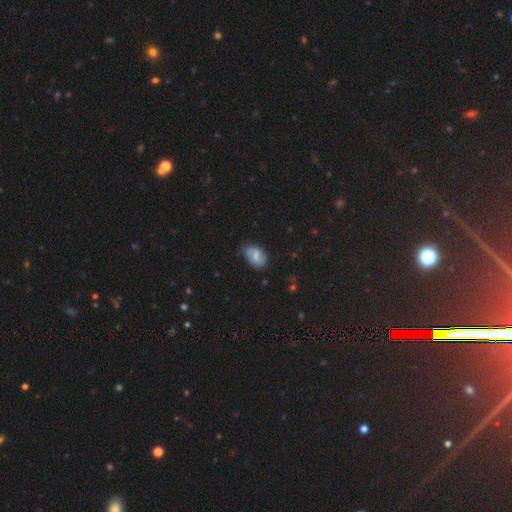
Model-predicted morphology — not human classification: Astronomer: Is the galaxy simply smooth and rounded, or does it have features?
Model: smooth — 54% (runner-up: featured or disk, 37%).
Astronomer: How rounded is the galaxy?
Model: in between — 79%.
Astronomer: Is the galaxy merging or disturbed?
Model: none — 64%.